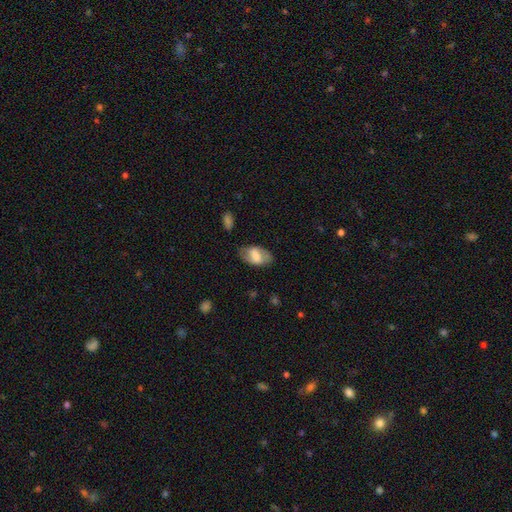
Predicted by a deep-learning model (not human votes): Overall: smooth (56%; featured or disk 37%). How rounded: in between (93%). Merging: none (74%).